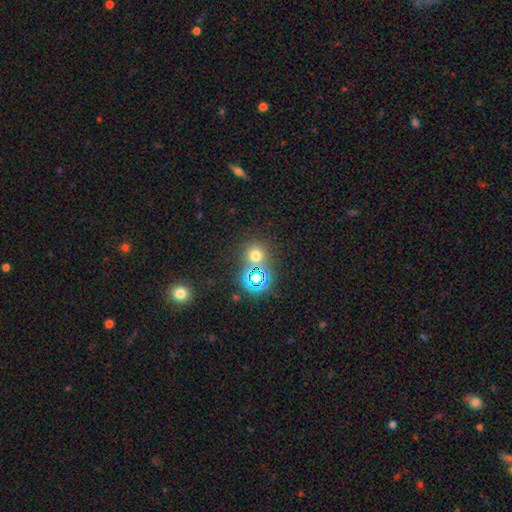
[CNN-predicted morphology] Smooth or featured?
  - smooth: 60% *
  - star or artifact: 32%
  - featured or disk: 8%
How rounded?
  - round: 87% *
  - in between: 12%
  - cigar-shaped: 1%
Merging?
  - none: 71% *
  - merger: 18%
  - minor disturbance: 8%
  - major disturbance: 4%